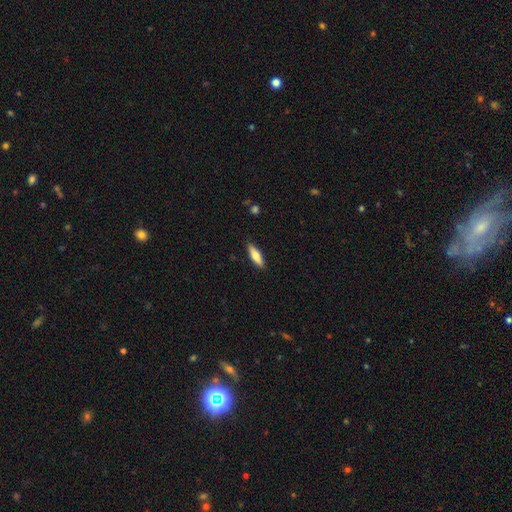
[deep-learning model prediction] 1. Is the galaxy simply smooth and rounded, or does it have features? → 68% smooth, 26% featured or disk, 6% star or artifact.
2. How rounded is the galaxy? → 58% cigar-shaped, 40% in between, 2% round.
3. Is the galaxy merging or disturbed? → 89% none, 9% minor disturbance, 2% major disturbance, 1% merger.